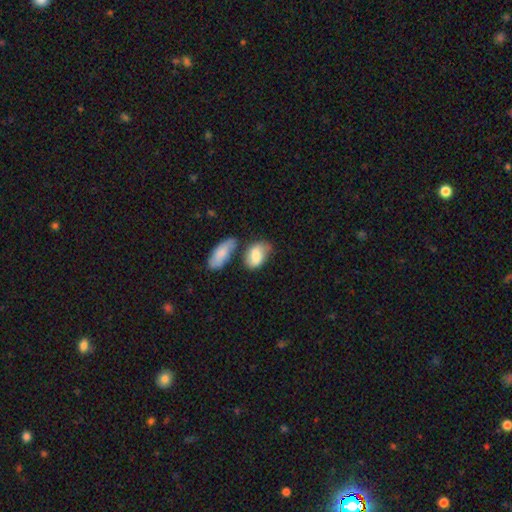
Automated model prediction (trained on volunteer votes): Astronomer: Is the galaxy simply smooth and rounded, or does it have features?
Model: smooth — 71%.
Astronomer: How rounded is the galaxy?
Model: in between — 88%.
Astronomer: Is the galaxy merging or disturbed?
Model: none — 46% (runner-up: minor disturbance, 24%).